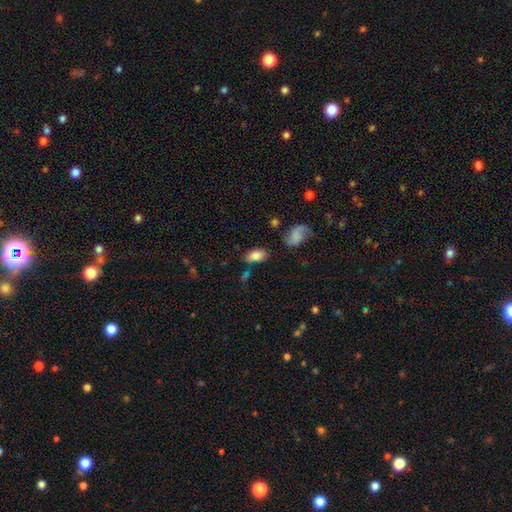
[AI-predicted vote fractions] smooth 83%, featured or disk 9%, star or artifact 8%. Down the decision tree: how rounded — in between (92%); merging — none (66%).